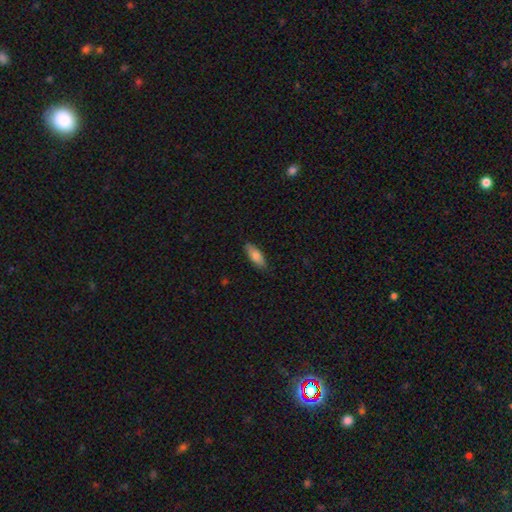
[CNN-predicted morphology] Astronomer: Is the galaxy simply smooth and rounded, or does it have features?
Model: smooth — 76%.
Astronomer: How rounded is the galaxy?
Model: in between — 74%.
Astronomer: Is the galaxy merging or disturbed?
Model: none — 85%.